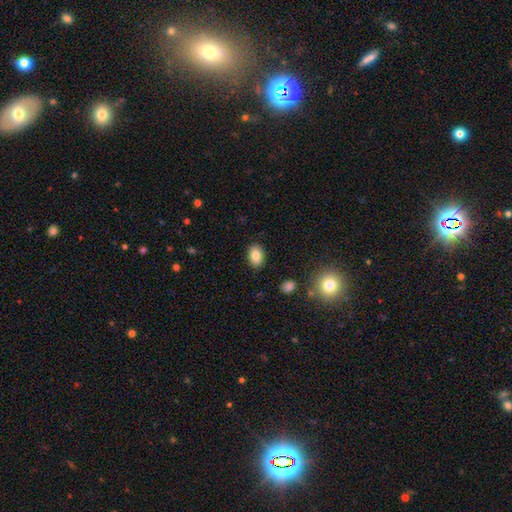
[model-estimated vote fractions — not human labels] The model was most divided on "how rounded": in between: 85%, round: 13%, cigar-shaped: 1%. More confident: merging — none (88%); smooth or featured — smooth (84%).